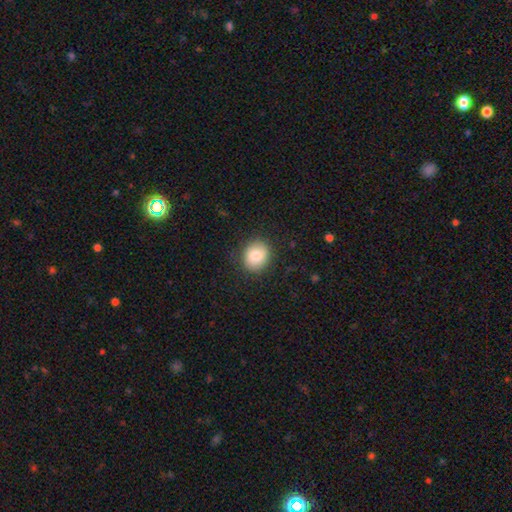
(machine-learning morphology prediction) Smooth or featured? smooth (82%)
How rounded? round (70%)
Merging? none (87%)